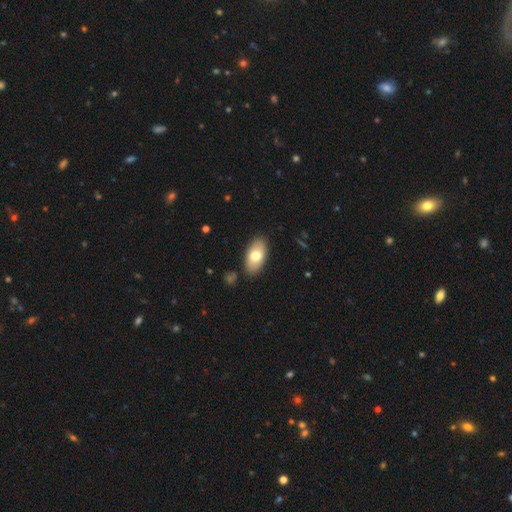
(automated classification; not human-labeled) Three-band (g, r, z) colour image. It shows a smooth galaxy with no disk features (72%) that is in between round and cigar-shaped (93%). Merging: none (86%).